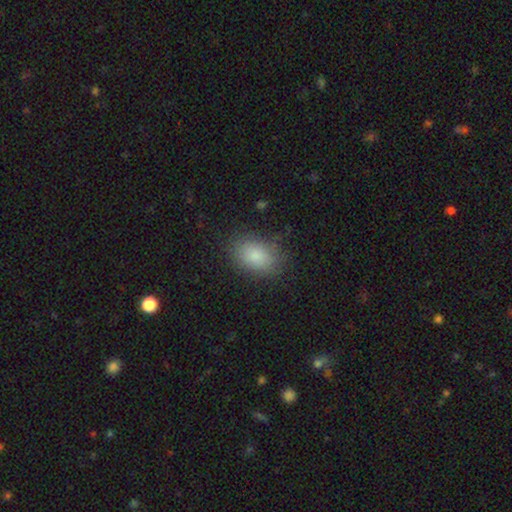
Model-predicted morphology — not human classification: Smooth or featured? smooth (85%)
How rounded? in between (84%)
Merging? none (81%)